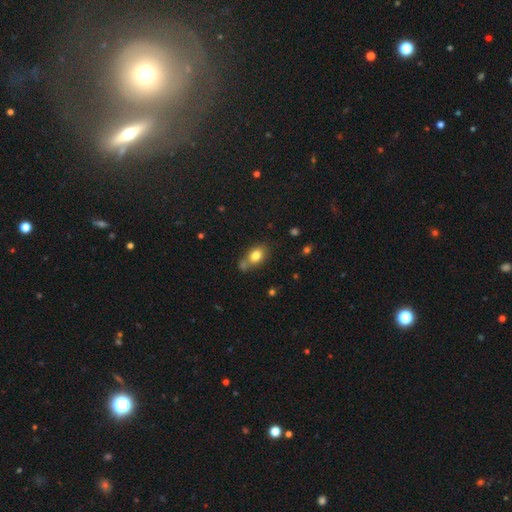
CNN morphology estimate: Q: Smooth or featured?
A: smooth (79%); runner-up: featured or disk (11%)
Q: How rounded?
A: in between (73%); runner-up: round (24%)
Q: Merging?
A: none (55%); runner-up: merger (21%)